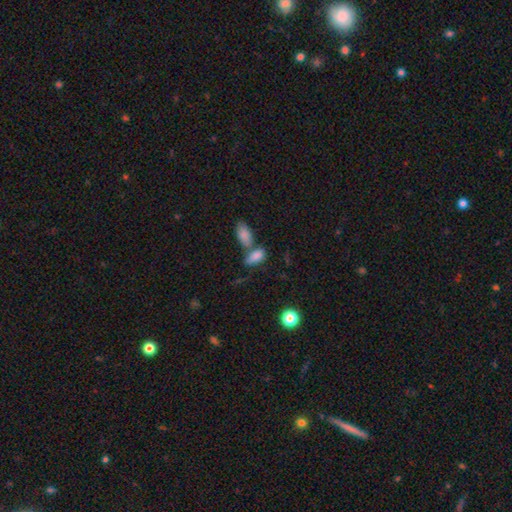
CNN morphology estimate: This appears to be a smooth galaxy with no disk features (81%) that is in between round and cigar-shaped (87%). Merging: merger (43%).